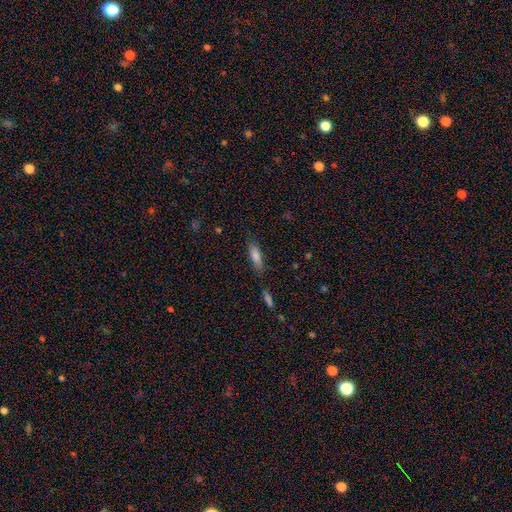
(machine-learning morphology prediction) Overall: smooth (80%). How rounded: cigar-shaped (56%; in between 42%). Merging: none (77%).